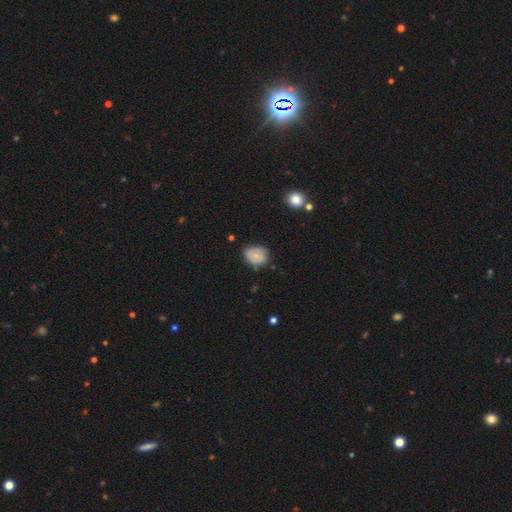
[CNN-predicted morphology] A smooth galaxy with no disk features (64%) that is round (52%).

Vote fractions:
- Smooth or featured? smooth: 64% / featured or disk: 27% / star or artifact: 10%
- How rounded? round: 52% / in between: 47% / cigar-shaped: 1%
- Merging? none: 63% / minor disturbance: 29% / major disturbance: 6% / merger: 2%